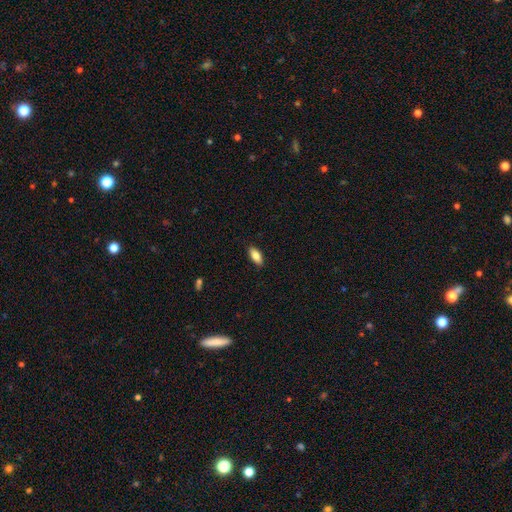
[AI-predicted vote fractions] smooth 85%, featured or disk 9%, star or artifact 7%. Down the decision tree: how rounded — in between (86%); merging — none (89%).